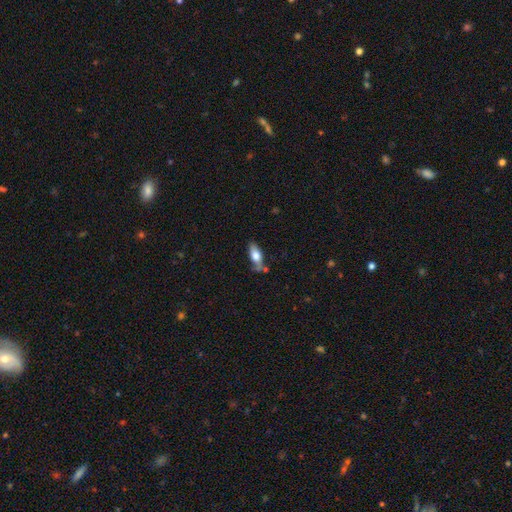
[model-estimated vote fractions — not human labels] Q: Smooth or featured?
A: smooth (70%); runner-up: featured or disk (23%)
Q: How rounded?
A: in between (79%); runner-up: cigar-shaped (18%)
Q: Merging?
A: none (54%); runner-up: minor disturbance (24%)